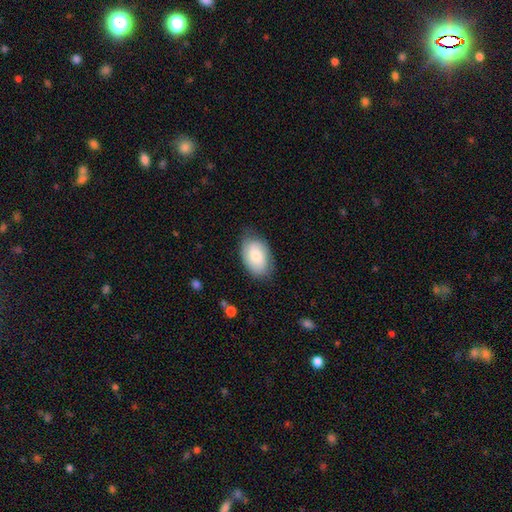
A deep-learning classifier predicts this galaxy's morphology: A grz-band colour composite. It shows a smooth galaxy with no disk features (73%) that is in between round and cigar-shaped (91%). Merging: none (73%).